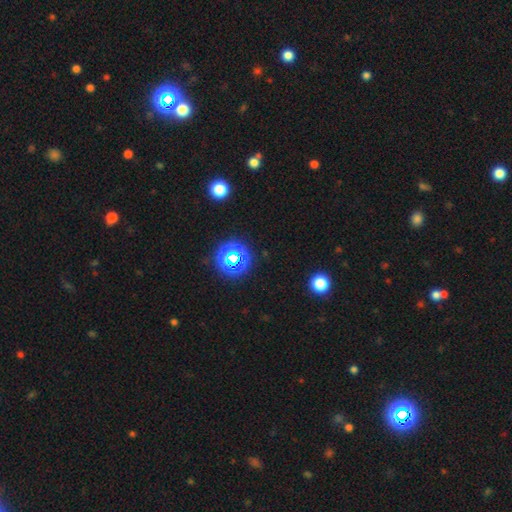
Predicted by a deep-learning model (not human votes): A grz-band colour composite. It shows a star or artifact, not a galaxy (62%).